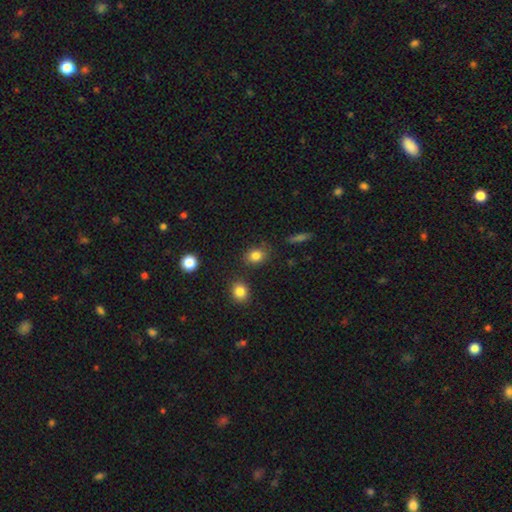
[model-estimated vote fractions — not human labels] Q: Smooth or featured?
A: smooth (83%); runner-up: star or artifact (11%)
Q: How rounded?
A: round (51%); runner-up: in between (47%)
Q: Merging?
A: none (81%); runner-up: minor disturbance (12%)